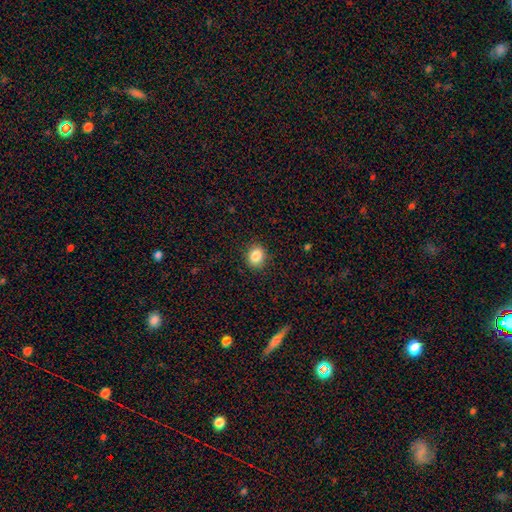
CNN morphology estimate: Smooth or featured? Predicted: smooth (p=0.86). How rounded? Predicted: round (p=0.56). Merging? Predicted: none (p=0.87).